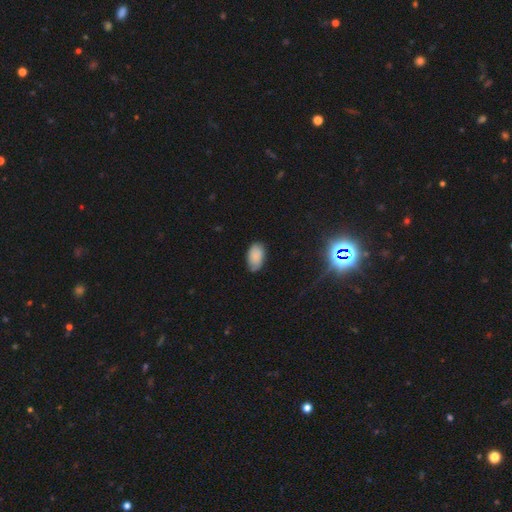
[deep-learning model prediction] Q: Smooth or featured?
A: smooth (82%); runner-up: featured or disk (9%)
Q: How rounded?
A: in between (93%); runner-up: round (5%)
Q: Merging?
A: none (73%); runner-up: minor disturbance (22%)